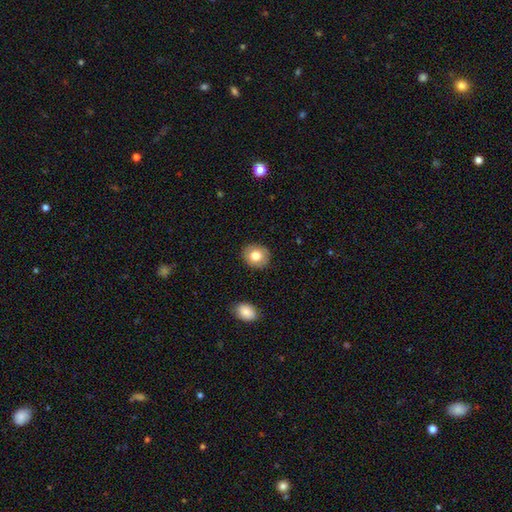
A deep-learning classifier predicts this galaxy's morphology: smooth_or_featured: smooth (p=0.80) [alt: featured or disk p=0.12]
how_rounded: round (p=0.73) [alt: in between p=0.26]
merging: none (p=0.89) [alt: minor disturbance p=0.08]